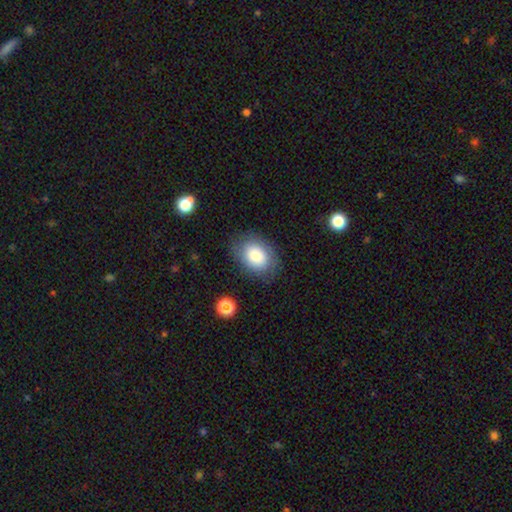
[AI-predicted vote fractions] smooth-or-featured: smooth: 81% | featured or disk: 11% | star or artifact: 8%
  how-rounded: in between: 76% | round: 23% | cigar-shaped: 1%
  merging: none: 80% | minor disturbance: 13% | major disturbance: 5% | merger: 2%